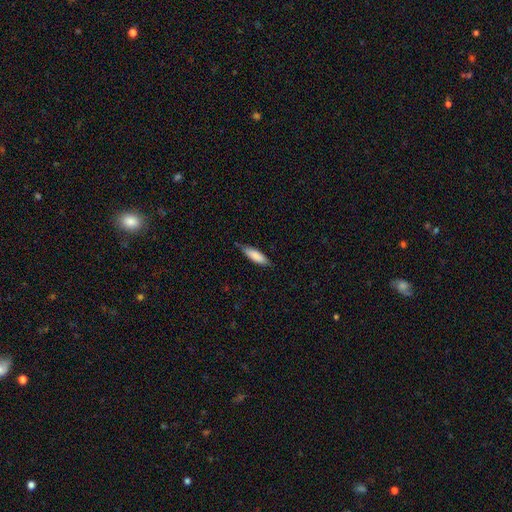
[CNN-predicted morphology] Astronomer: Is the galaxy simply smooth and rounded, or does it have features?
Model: smooth — 82%.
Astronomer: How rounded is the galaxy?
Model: cigar-shaped — 54% (runner-up: in between, 45%).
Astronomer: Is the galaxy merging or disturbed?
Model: none — 74%.